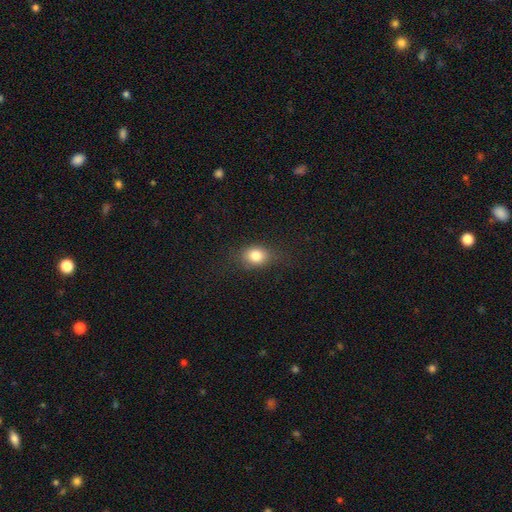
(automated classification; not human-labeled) This is clearly a smooth galaxy (80%). How rounded: possibly round (52%). Merging: likely none (76%).